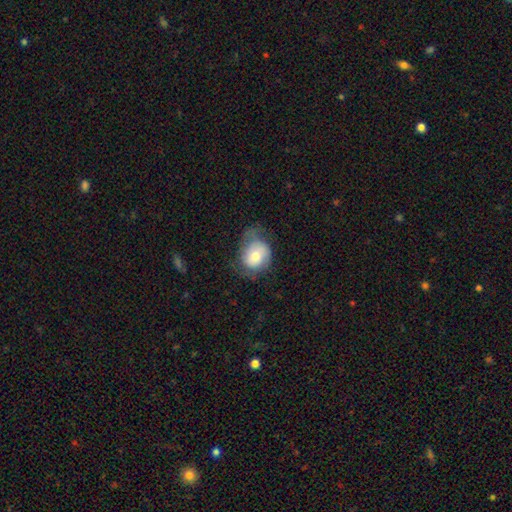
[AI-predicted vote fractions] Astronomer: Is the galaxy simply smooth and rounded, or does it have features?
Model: smooth — 61%.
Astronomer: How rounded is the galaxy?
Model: round — 61% (runner-up: in between, 38%).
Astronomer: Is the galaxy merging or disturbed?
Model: none — 44% (runner-up: minor disturbance, 33%).